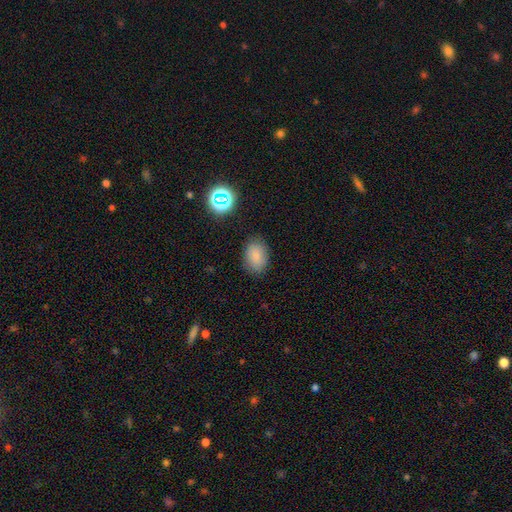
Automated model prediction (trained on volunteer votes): smooth-or-featured: smooth: 82% | star or artifact: 12% | featured or disk: 6%
  how-rounded: in between: 82% | round: 17% | cigar-shaped: 1%
  merging: none: 83% | minor disturbance: 12% | major disturbance: 3% | merger: 2%